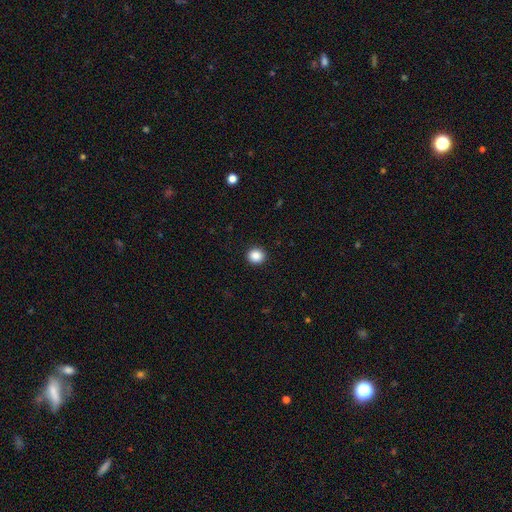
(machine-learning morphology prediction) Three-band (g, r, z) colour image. It shows a smooth galaxy with no disk features (88%) that is round (88%). Merging: none (93%).